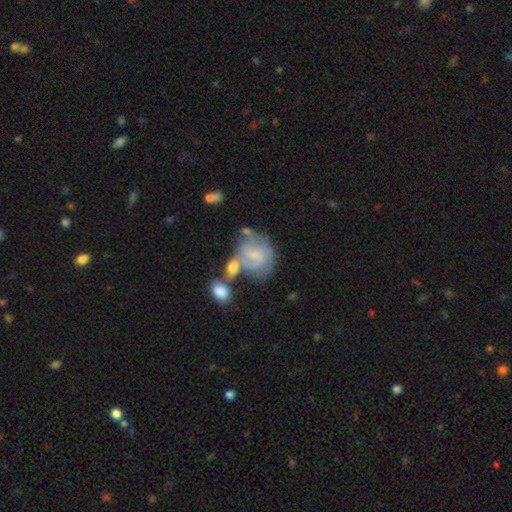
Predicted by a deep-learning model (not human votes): The model was most divided on "merging": none: 36%, merger: 33%, minor disturbance: 18%, major disturbance: 14%. Remaining: edge-on disk — no (97%); spiral arms — yes (77%); bulge size — small (62%); smooth or featured — featured or disk (60%); bar — weak (48%).